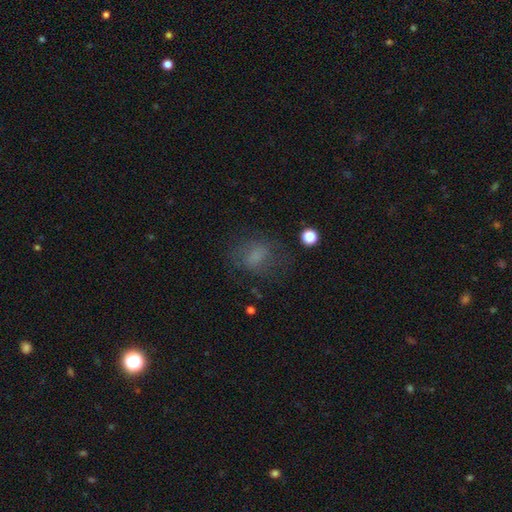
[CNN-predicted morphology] This appears to be a smooth galaxy with no disk features (63%) that is in between round and cigar-shaped (57%). Merging: none (62%).